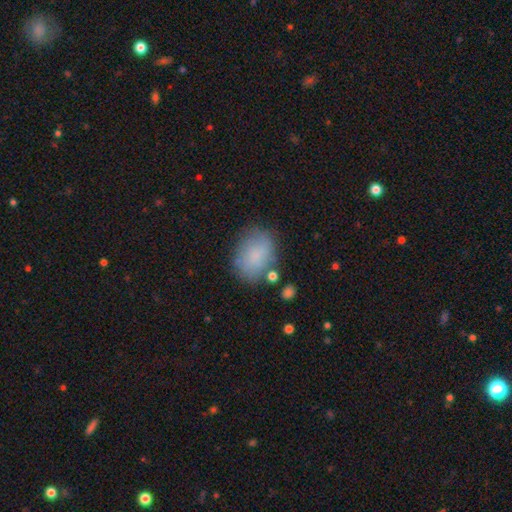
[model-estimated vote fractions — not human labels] This is likely a smooth galaxy (78%). How rounded: likely in between (68%). Merging: likely none (69%).